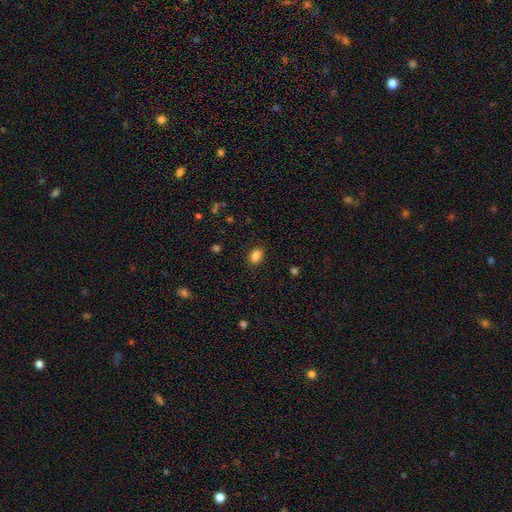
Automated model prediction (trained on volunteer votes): smooth_or_featured: smooth (p=0.86) [alt: star or artifact p=0.10]
how_rounded: in between (p=0.78) [alt: round p=0.21]
merging: none (p=0.88) [alt: minor disturbance p=0.08]